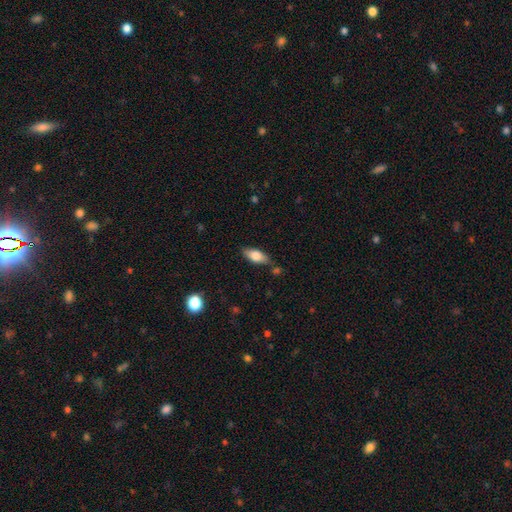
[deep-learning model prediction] smooth_or_featured: smooth (p=0.71) [alt: featured or disk p=0.22]
how_rounded: in between (p=0.80) [alt: cigar-shaped p=0.18]
merging: none (p=0.77) [alt: minor disturbance p=0.15]